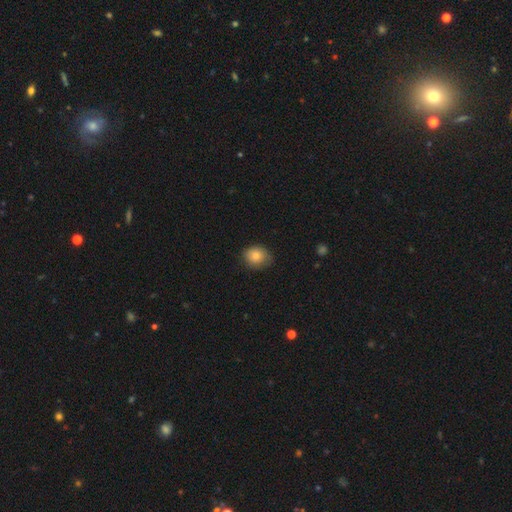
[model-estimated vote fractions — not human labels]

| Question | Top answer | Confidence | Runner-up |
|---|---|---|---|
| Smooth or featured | smooth | 81% | featured or disk (10%) |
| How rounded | round | 59% | in between (40%) |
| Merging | none | 77% | minor disturbance (19%) |